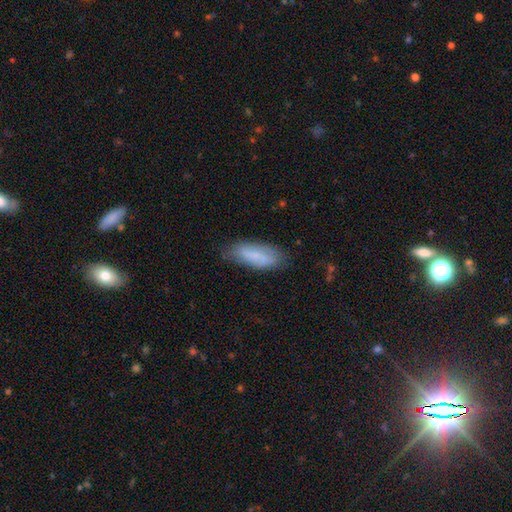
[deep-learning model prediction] Q: Smooth or featured?
A: smooth (67%); runner-up: featured or disk (25%)
Q: How rounded?
A: in between (69%); runner-up: cigar-shaped (29%)
Q: Merging?
A: none (72%); runner-up: minor disturbance (21%)